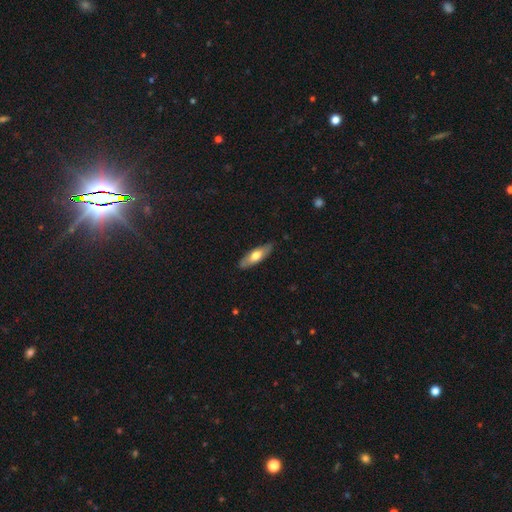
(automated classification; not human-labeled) Morphology: type=smooth (59%); roundness=in between (52%); merging=none (85%).